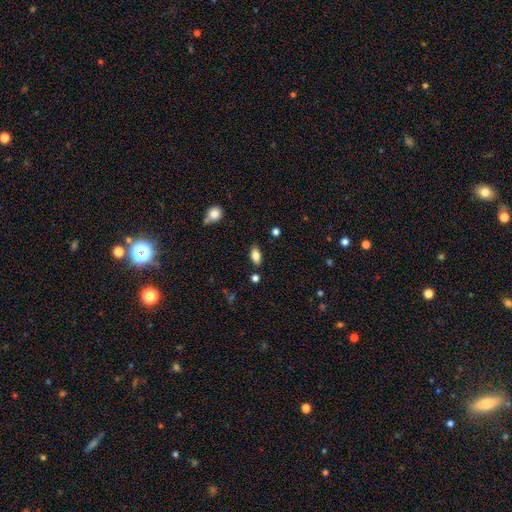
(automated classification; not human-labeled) Overall: smooth (82%). How rounded: in between (90%). Merging: none (82%).